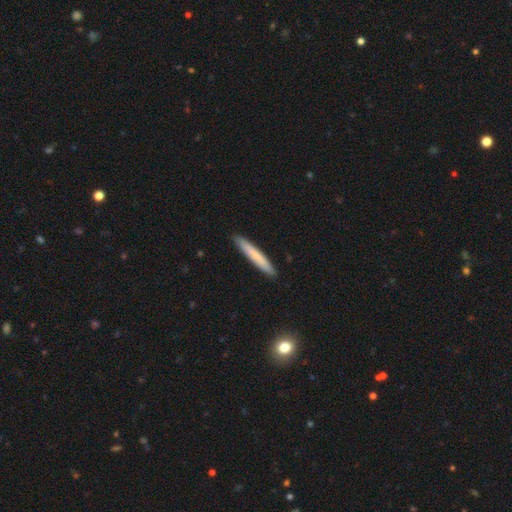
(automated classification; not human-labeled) Smooth or featured?
  - smooth: 71% *
  - featured or disk: 23%
  - star or artifact: 6%
How rounded?
  - cigar-shaped: 95% *
  - in between: 4%
  - round: 1%
Merging?
  - none: 91% *
  - minor disturbance: 6%
  - major disturbance: 1%
  - merger: 1%